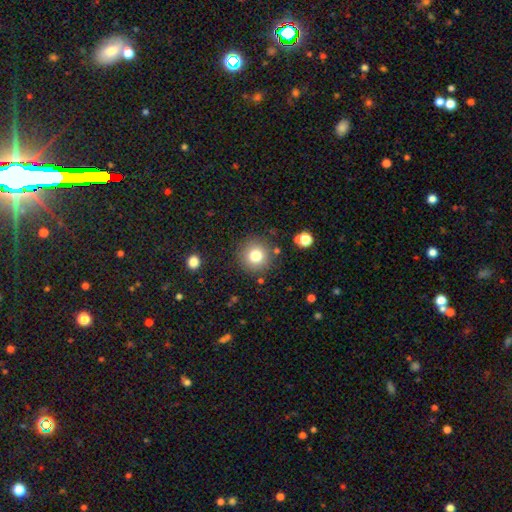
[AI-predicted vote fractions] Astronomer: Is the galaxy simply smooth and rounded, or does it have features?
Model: smooth — 78%.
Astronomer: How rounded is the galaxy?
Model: round — 95%.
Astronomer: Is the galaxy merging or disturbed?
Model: none — 85%.